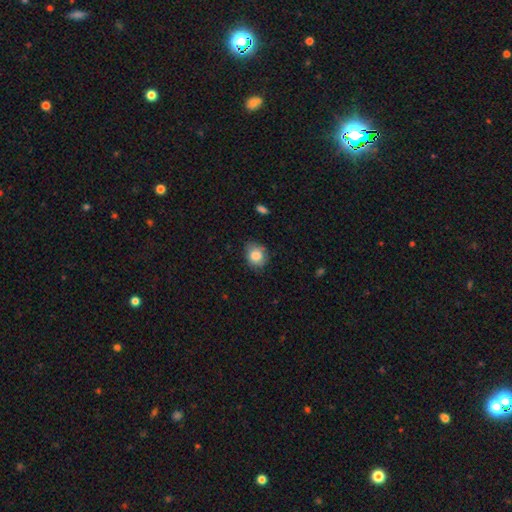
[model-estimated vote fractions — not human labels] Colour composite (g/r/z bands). It shows a smooth galaxy with no disk features (83%) that is round (63%). Merging: none (71%).